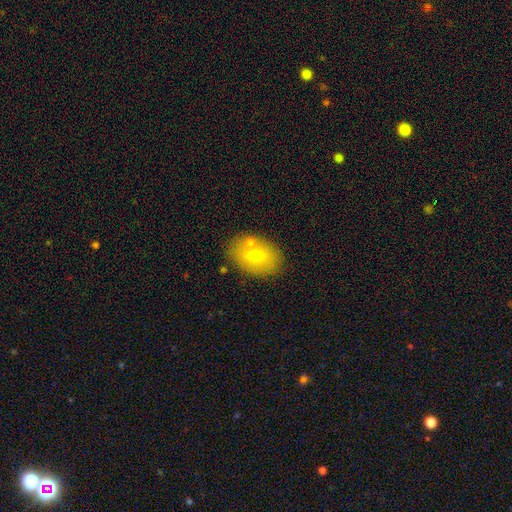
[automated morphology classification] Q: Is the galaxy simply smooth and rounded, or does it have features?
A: smooth — 67%.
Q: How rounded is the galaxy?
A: in between — 80%.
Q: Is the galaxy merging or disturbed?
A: none — 71%.